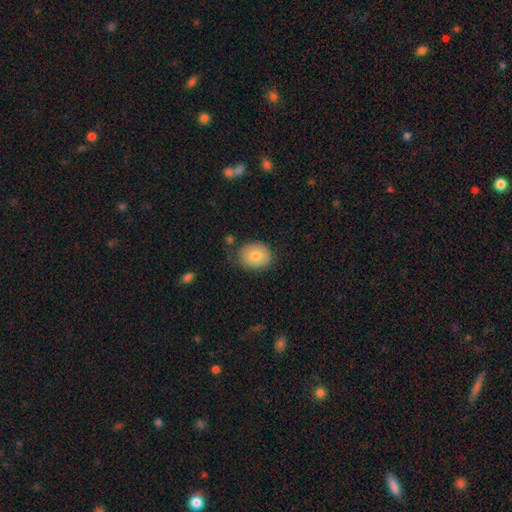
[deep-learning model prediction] Smooth or featured? Predicted: smooth (p=0.77). How rounded? Predicted: round (p=0.59). Merging? Predicted: none (p=0.74).